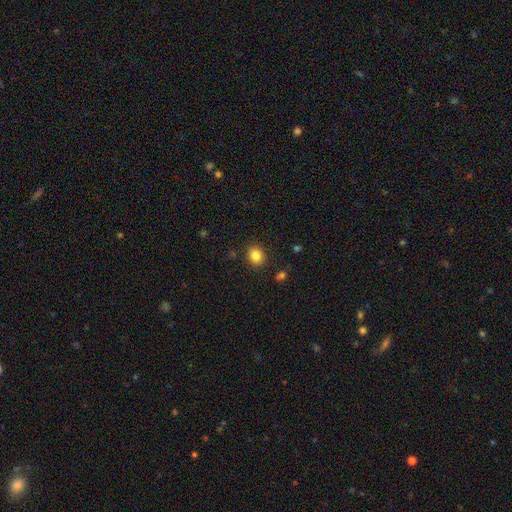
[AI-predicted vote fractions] smooth-or-featured: smooth: 85% | star or artifact: 10% | featured or disk: 5%
  how-rounded: round: 61% | in between: 38% | cigar-shaped: 1%
  merging: none: 88% | minor disturbance: 8% | major disturbance: 2% | merger: 2%